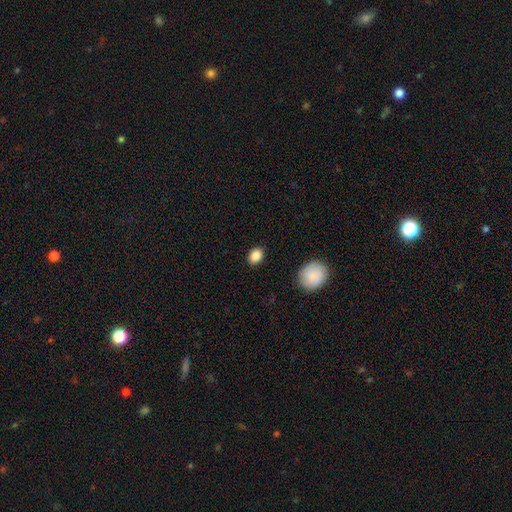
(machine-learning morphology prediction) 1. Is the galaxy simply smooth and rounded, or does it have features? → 87% smooth, 9% star or artifact, 4% featured or disk.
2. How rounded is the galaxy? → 61% in between, 38% round, 1% cigar-shaped.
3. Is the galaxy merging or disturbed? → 88% none, 9% minor disturbance, 2% major disturbance, 1% merger.